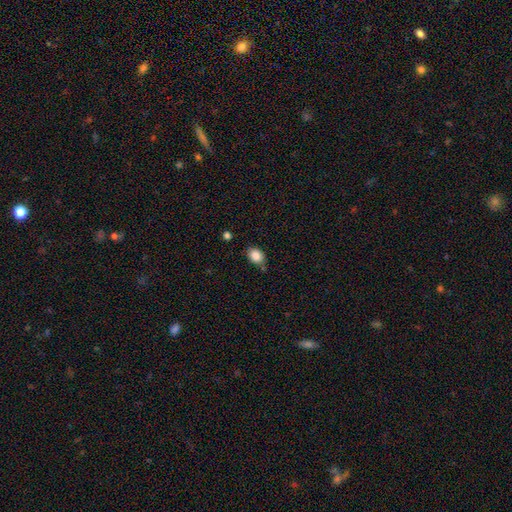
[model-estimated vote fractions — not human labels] Smooth or featured? Predicted: smooth (p=0.87). How rounded? Predicted: in between (p=0.62). Merging? Predicted: none (p=0.74).